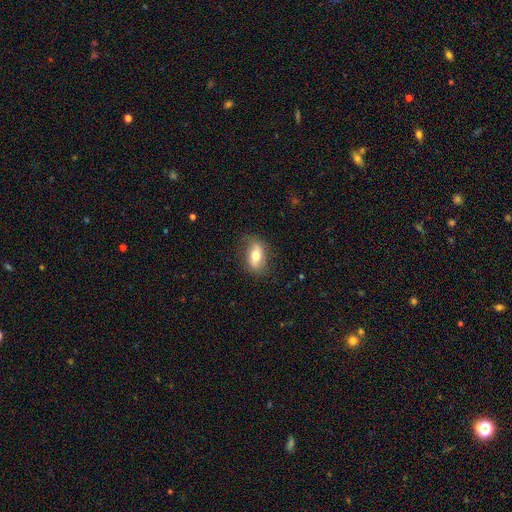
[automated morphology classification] The model was most divided on "smooth or featured": smooth: 62%, featured or disk: 31%, star or artifact: 7%. More confident: how rounded — in between (84%); merging — none (76%).